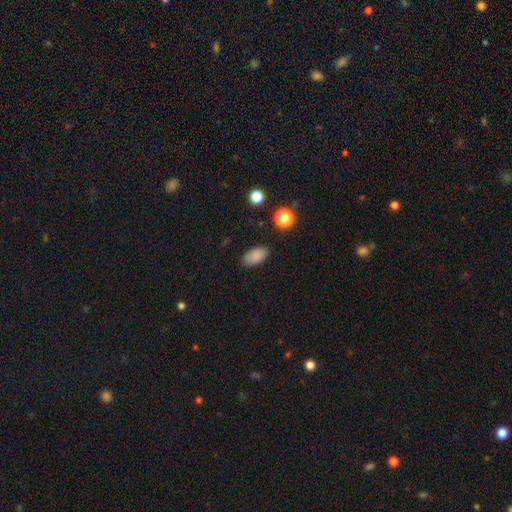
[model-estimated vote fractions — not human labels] A smooth galaxy with no disk features (86%) that is in between round and cigar-shaped (92%). Merging: none (85%).